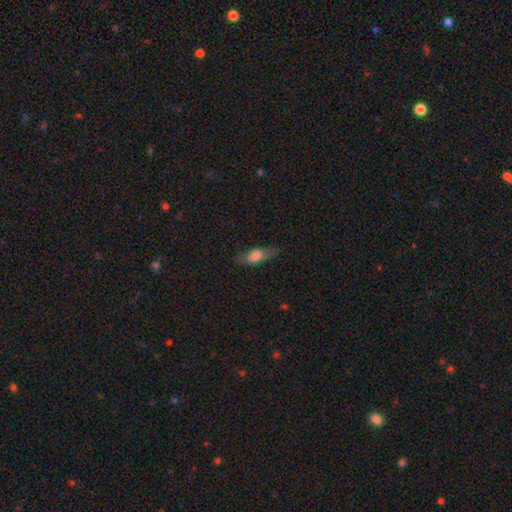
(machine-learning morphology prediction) A smooth galaxy with no disk features (64%) that is in between round and cigar-shaped (68%).

Vote fractions:
- Smooth or featured? smooth: 64% / featured or disk: 28% / star or artifact: 8%
- How rounded? in between: 68% / cigar-shaped: 27% / round: 4%
- Merging? none: 66% / minor disturbance: 22% / major disturbance: 10% / merger: 2%